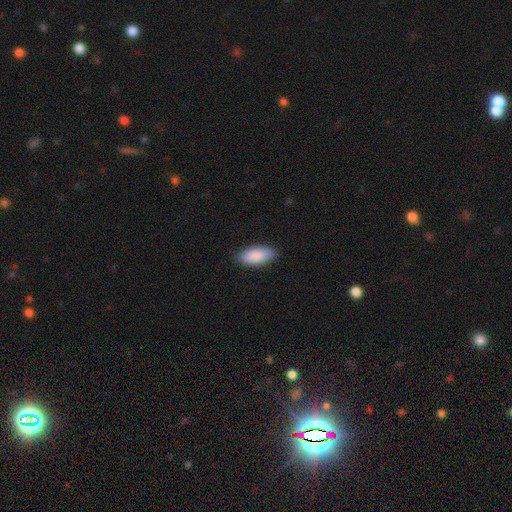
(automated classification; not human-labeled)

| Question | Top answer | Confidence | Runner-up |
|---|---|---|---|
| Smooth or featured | smooth | 89% | star or artifact (6%) |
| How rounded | in between | 87% | cigar-shaped (11%) |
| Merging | none | 86% | minor disturbance (11%) |